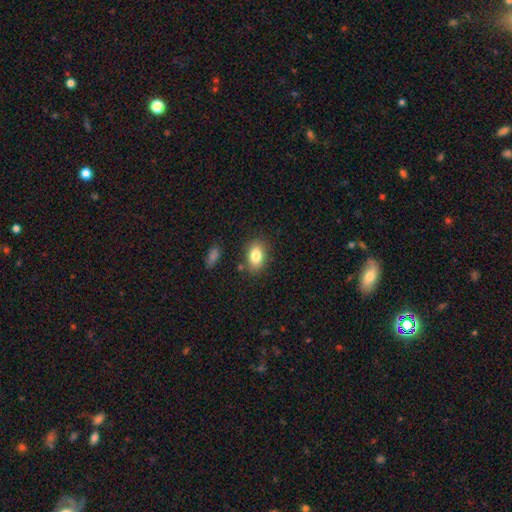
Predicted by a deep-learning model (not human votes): The model was most divided on "how rounded": in between: 81%, round: 17%, cigar-shaped: 2%. More confident: smooth or featured — smooth (82%); merging — none (81%).